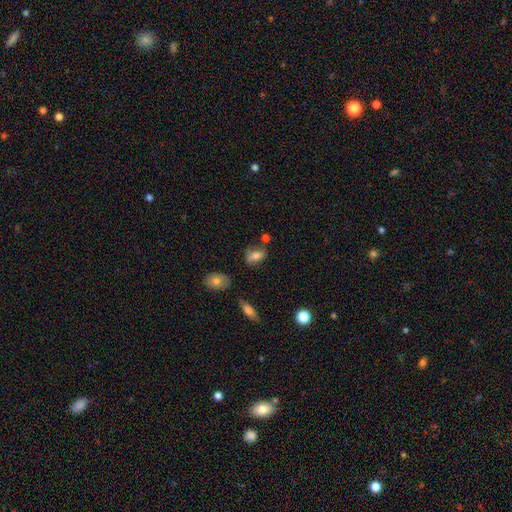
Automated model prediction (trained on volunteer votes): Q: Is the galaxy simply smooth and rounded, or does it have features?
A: smooth — 65%.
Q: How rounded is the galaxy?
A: in between — 80%.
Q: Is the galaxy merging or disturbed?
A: none — 56%.